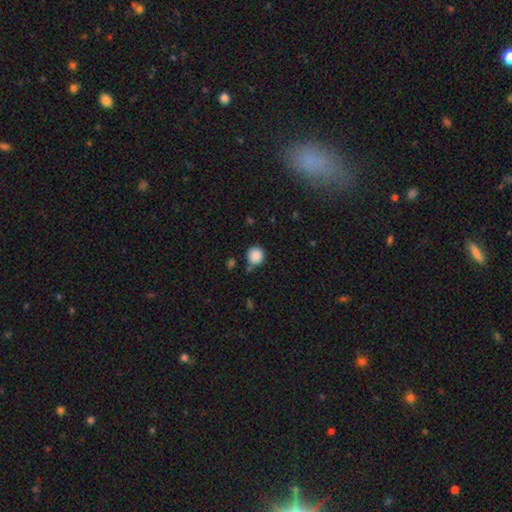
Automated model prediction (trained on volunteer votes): Overall: smooth (88%). How rounded: round (91%). Merging: none (77%).